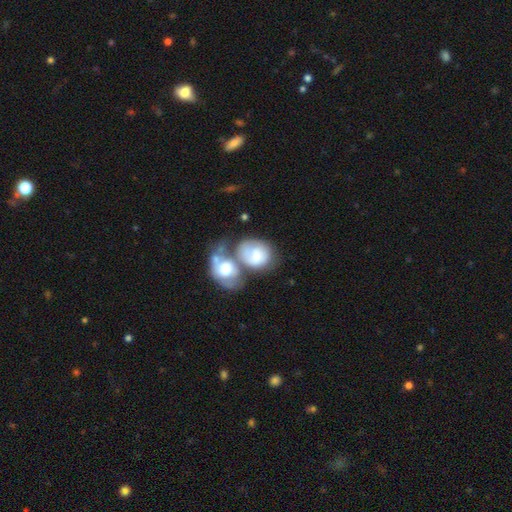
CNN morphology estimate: smooth-or-featured: smooth: 51% | featured or disk: 42% | star or artifact: 7%
  how-rounded: round: 53% | in between: 46% | cigar-shaped: 1%
  merging: merger: 55% | none: 21% | minor disturbance: 12% | major disturbance: 12%